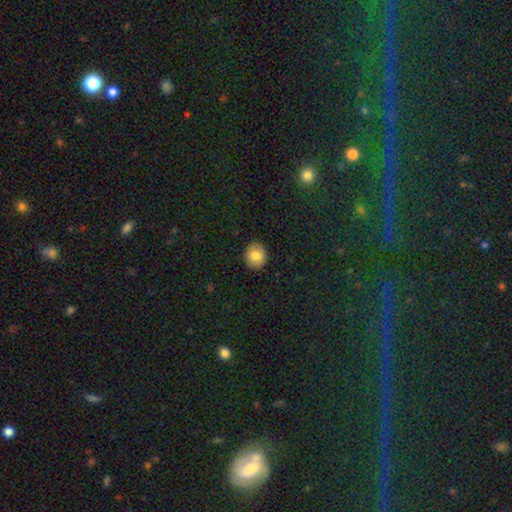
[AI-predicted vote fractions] Q: Smooth or featured?
A: smooth (81%); runner-up: featured or disk (10%)
Q: How rounded?
A: round (75%); runner-up: in between (24%)
Q: Merging?
A: none (91%); runner-up: minor disturbance (7%)